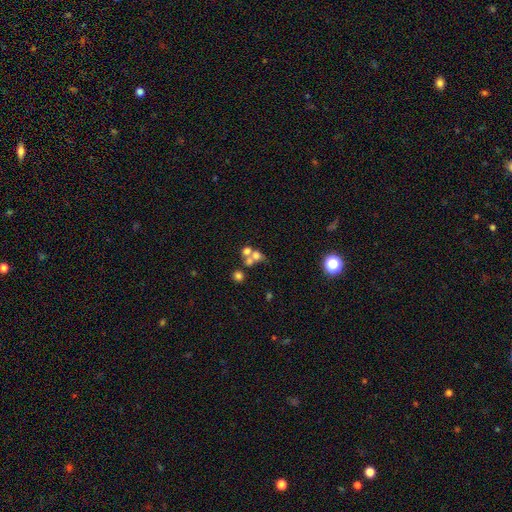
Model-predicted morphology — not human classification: type=smooth (58%); roundness=round (70%); merging=merger (56%).